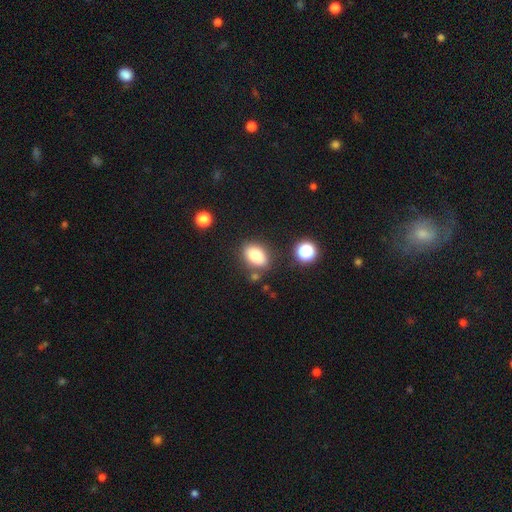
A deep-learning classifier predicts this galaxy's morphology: A smooth galaxy with no disk features (81%) that is in between round and cigar-shaped (83%). Merging: none (78%).